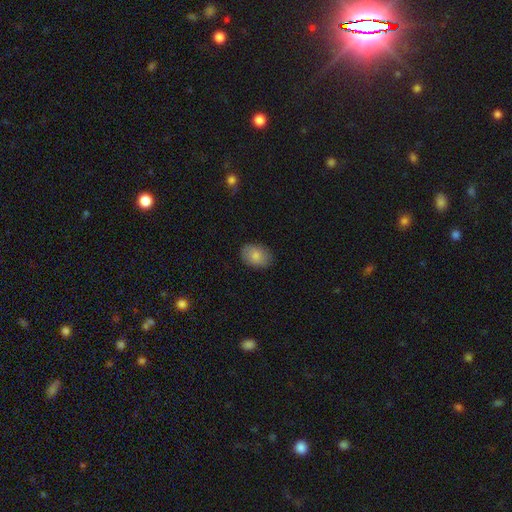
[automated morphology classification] type=smooth (82%); roundness=in between (81%); merging=none (86%).